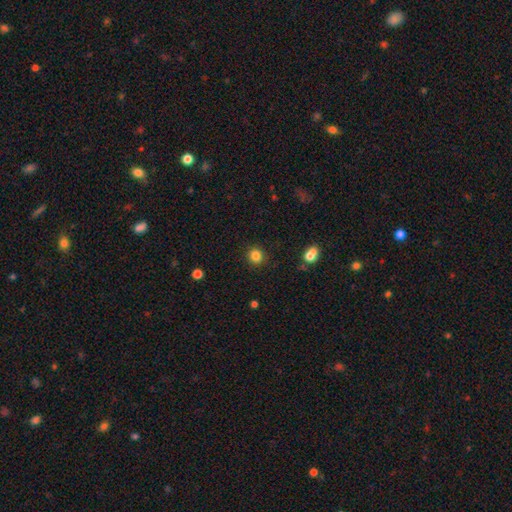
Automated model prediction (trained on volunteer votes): smooth_or_featured: smooth (p=0.84) [alt: star or artifact p=0.11]
how_rounded: round (p=0.88) [alt: in between p=0.11]
merging: none (p=0.90) [alt: minor disturbance p=0.07]